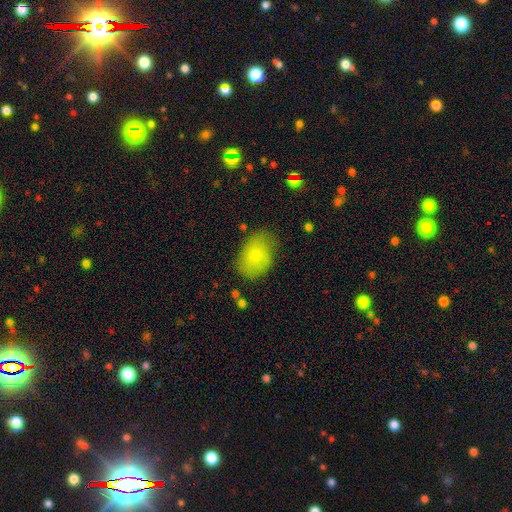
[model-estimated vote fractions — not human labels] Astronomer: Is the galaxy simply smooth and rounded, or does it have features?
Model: smooth — 80%.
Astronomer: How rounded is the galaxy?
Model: in between — 83%.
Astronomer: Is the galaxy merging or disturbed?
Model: none — 69%.